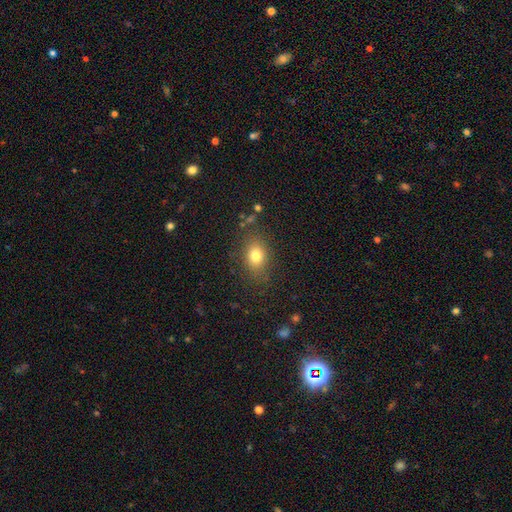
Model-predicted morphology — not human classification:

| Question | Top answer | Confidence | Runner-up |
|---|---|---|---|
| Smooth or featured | smooth | 78% | star or artifact (12%) |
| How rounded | in between | 65% | round (34%) |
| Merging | none | 82% | minor disturbance (12%) |